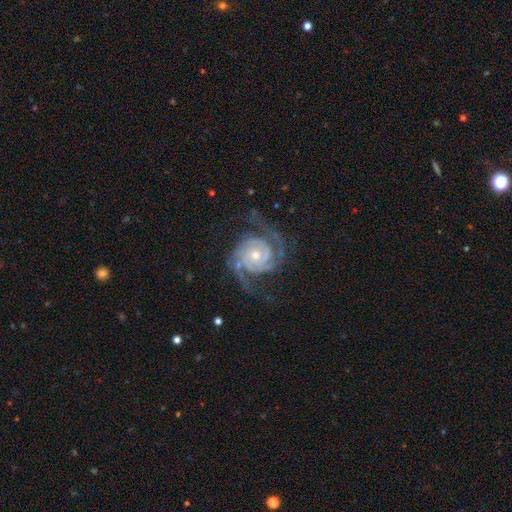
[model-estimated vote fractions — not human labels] A featured or disk galaxy (92%) with no bar (71%), 2 (55%) tight (59%) spiral arms (98%) and a moderate central bulge (51%).

Vote fractions:
- Smooth or featured? featured or disk: 92% / star or artifact: 4% / smooth: 4%
- Edge-on disk? no: 98% / yes: 2%
- Bar? no: 71% / weak: 23% / strong: 7%
- Spiral arms? yes: 98% / no: 2%
- Spiral winding? tight: 59% / medium: 34% / loose: 7%
- Spiral arm count? 2: 55% / 3: 23% / can't tell: 8% / 4: 5% / 1: 4% / more than 4: 4%
- Bulge size? moderate: 51% / small: 44% / large: 3% / none: 1% / dominant: 1%
- Merging? none: 66% / minor disturbance: 18% / major disturbance: 14% / merger: 2%